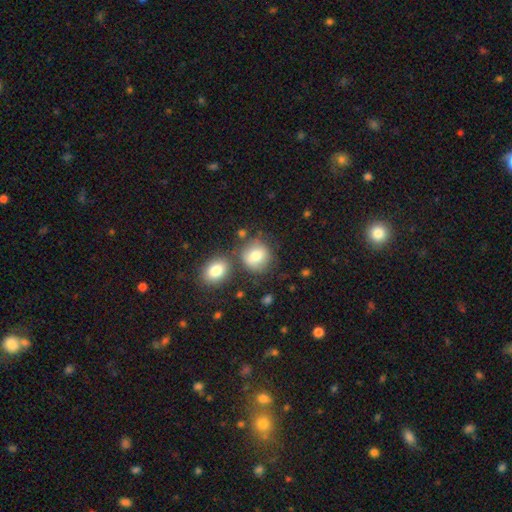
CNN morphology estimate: This is likely a smooth galaxy (78%). How rounded: clearly round (82%). Merging: likely none (67%).